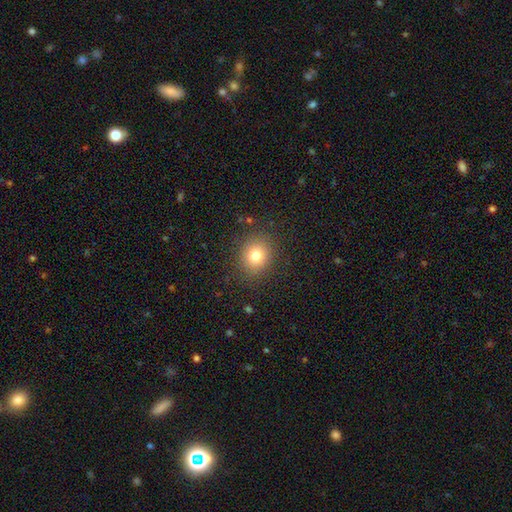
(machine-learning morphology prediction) type=smooth (79%); roundness=round (76%); merging=none (87%).